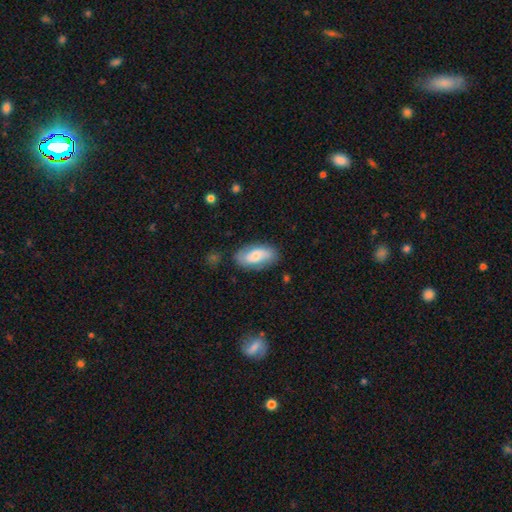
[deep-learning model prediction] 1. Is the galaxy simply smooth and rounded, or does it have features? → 55% smooth, 38% featured or disk, 7% star or artifact.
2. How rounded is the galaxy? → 91% in between, 5% cigar-shaped, 4% round.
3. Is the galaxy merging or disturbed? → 77% none, 16% minor disturbance, 4% major disturbance, 2% merger.